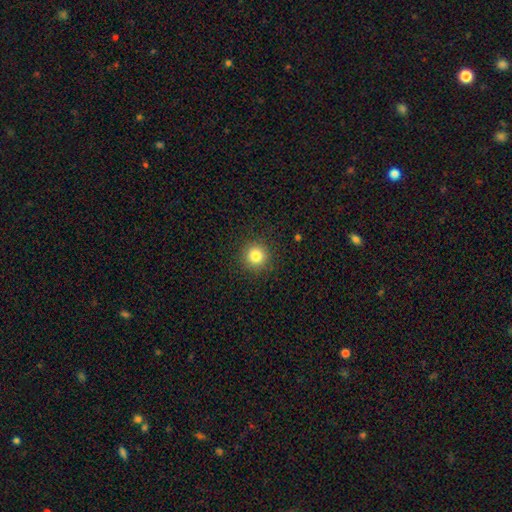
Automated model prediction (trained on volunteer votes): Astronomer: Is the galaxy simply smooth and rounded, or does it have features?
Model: smooth — 83%.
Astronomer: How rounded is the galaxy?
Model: round — 95%.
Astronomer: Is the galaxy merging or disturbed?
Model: none — 91%.